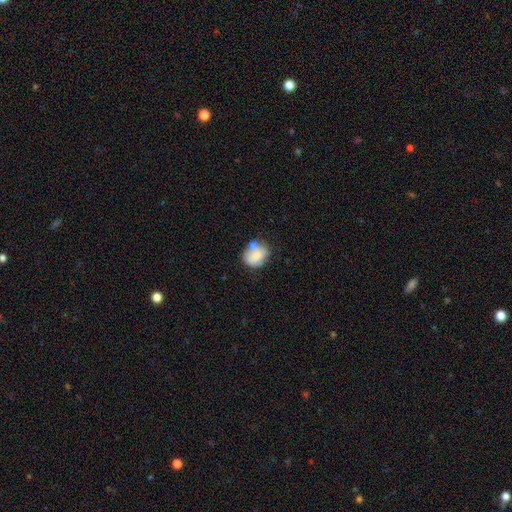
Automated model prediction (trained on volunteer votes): Smooth or featured? Predicted: smooth (p=0.73). How rounded? Predicted: in between (p=0.58). Merging? Predicted: none (p=0.44).